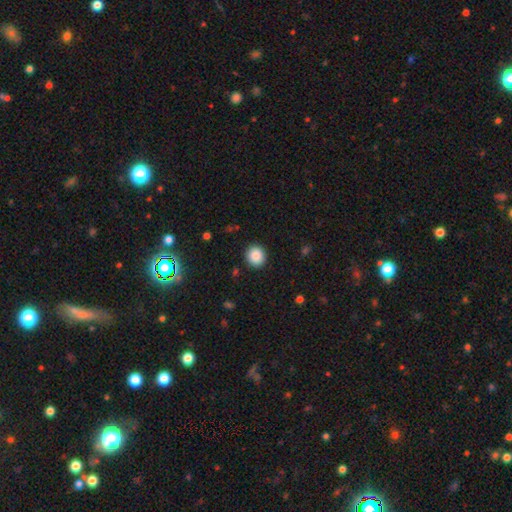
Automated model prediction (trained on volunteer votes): Smooth or featured: smooth — 87% (star or artifact — 9%)
How rounded: round — 86% (in between — 13%)
Merging: none — 91% (minor disturbance — 6%)